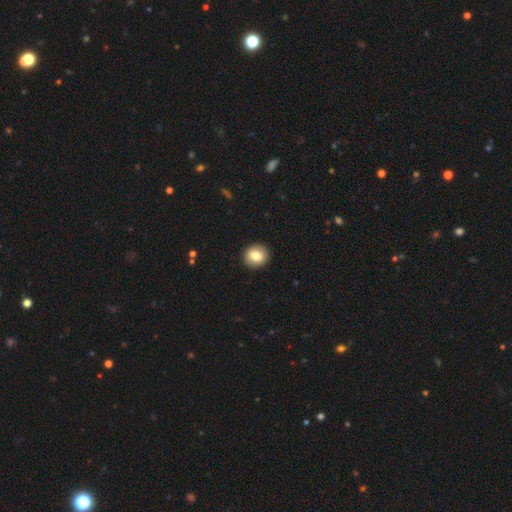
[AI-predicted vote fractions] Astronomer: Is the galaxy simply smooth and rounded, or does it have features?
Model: smooth — 80%.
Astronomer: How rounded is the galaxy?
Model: round — 80%.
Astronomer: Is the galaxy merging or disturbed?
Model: none — 92%.